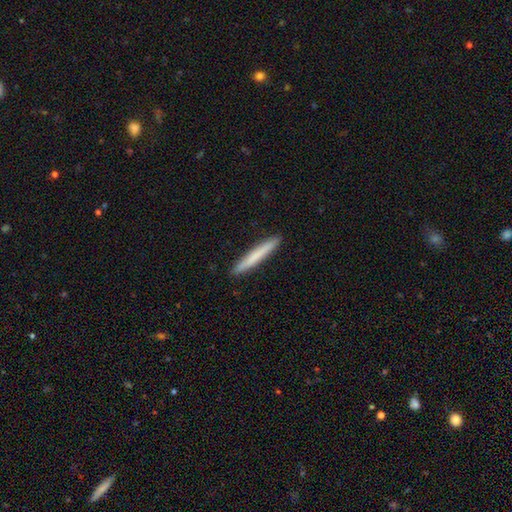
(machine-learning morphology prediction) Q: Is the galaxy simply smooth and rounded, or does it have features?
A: smooth — 70%.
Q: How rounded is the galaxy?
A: cigar-shaped — 97%.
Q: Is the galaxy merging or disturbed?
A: none — 93%.